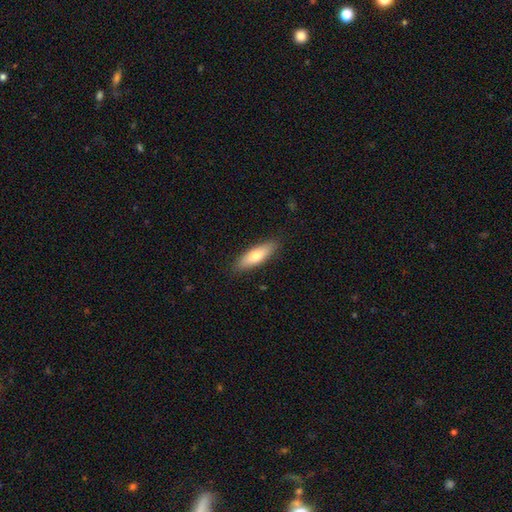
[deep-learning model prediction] smooth_or_featured: smooth (p=0.69) [alt: featured or disk p=0.25]
how_rounded: in between (p=0.52) [alt: cigar-shaped p=0.46]
merging: none (p=0.87) [alt: minor disturbance p=0.10]